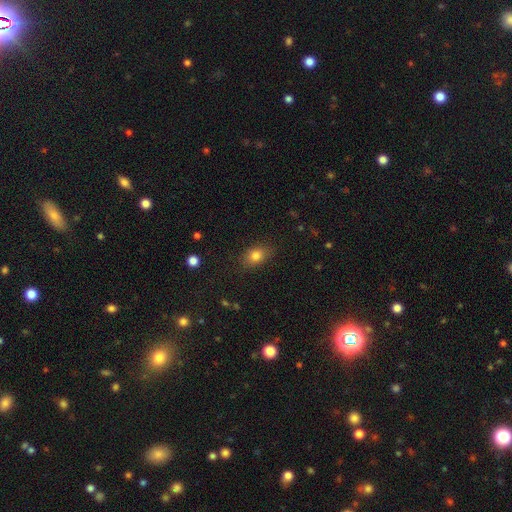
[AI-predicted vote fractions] smooth 80%, star or artifact 11%, featured or disk 9%. Down the decision tree: how rounded — in between (74%); merging — none (82%).